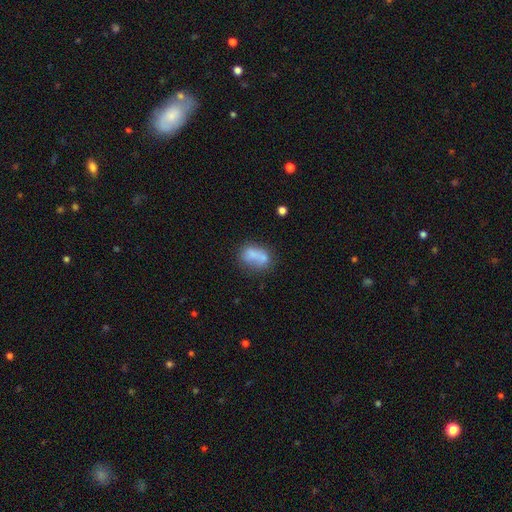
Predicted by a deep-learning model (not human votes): This is likely a smooth galaxy (68%). How rounded: likely in between (72%). Merging: marginally merger (40%).